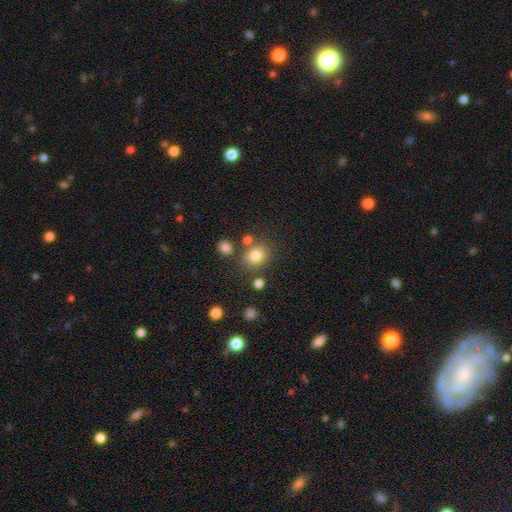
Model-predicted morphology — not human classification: type=smooth (79%); roundness=round (70%); merging=none (72%).